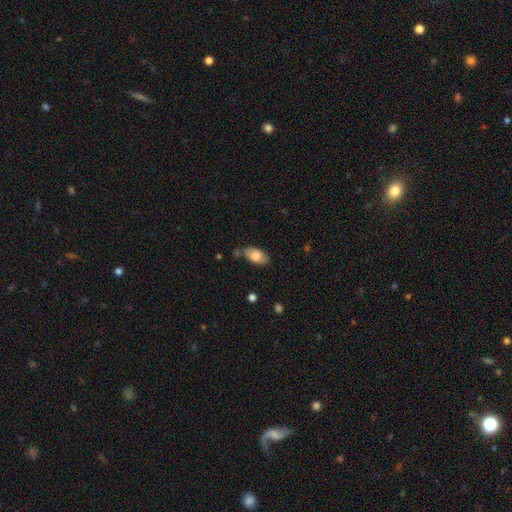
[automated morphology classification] Smooth or featured? smooth (77%)
How rounded? in between (94%)
Merging? none (72%)